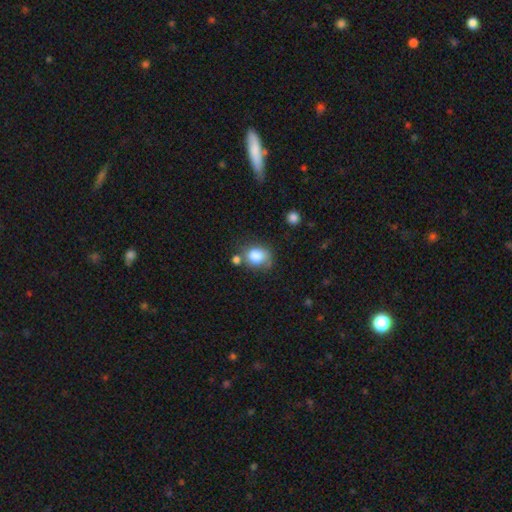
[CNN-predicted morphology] type=smooth (82%); roundness=round (56%); merging=none (49%).